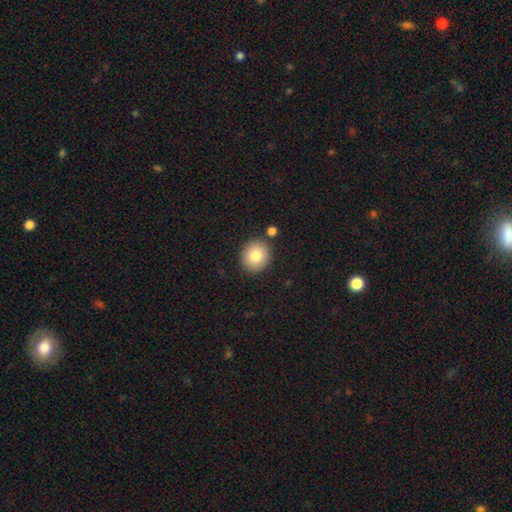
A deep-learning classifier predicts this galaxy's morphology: A smooth galaxy with no disk features (81%) that is round (83%).

Vote fractions:
- Smooth or featured? smooth: 81% / featured or disk: 10% / star or artifact: 10%
- How rounded? round: 83% / in between: 16% / cigar-shaped: 1%
- Merging? none: 85% / minor disturbance: 8% / merger: 5% / major disturbance: 2%